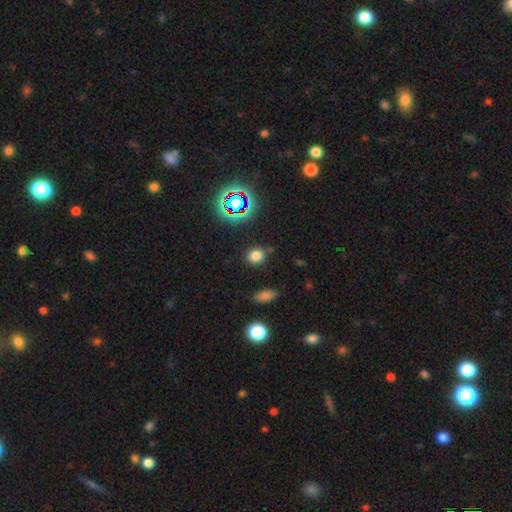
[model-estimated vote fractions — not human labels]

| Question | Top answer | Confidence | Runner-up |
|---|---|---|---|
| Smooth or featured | smooth | 75% | star or artifact (19%) |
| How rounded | round | 70% | in between (29%) |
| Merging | none | 83% | minor disturbance (11%) |